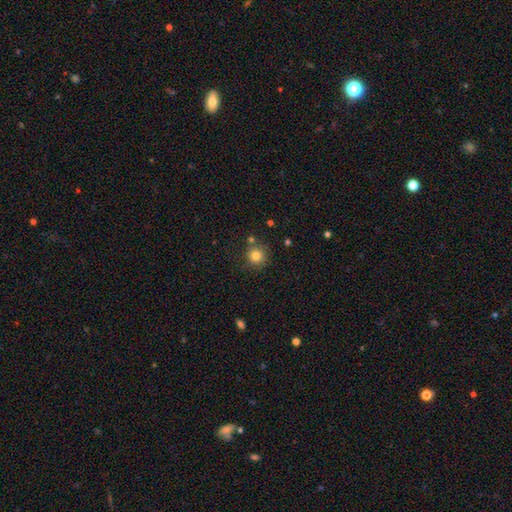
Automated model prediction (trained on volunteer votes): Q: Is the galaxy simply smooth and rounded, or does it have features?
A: smooth — 82%.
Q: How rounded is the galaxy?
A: round — 93%.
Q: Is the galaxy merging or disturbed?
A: none — 77%.